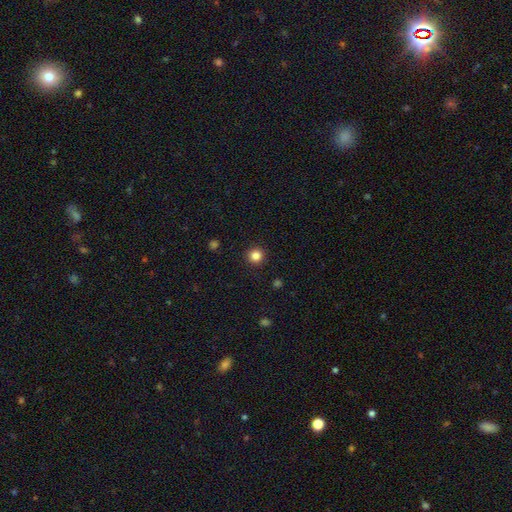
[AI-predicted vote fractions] smooth 84%, star or artifact 12%, featured or disk 4%. Down the decision tree: how rounded — round (95%); merging — none (93%).